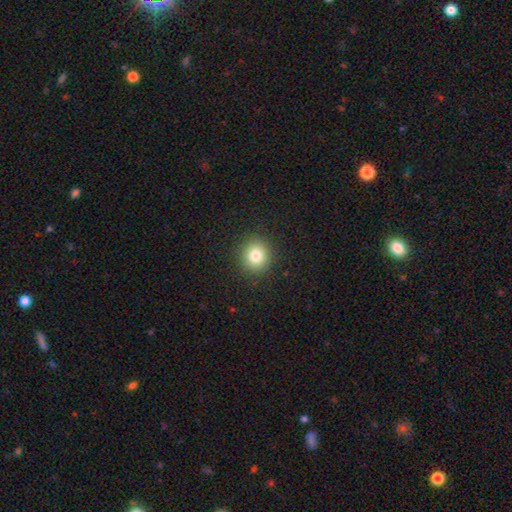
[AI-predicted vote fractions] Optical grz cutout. It shows a smooth galaxy with no disk features (80%) that is round (89%). Merging: none (91%).